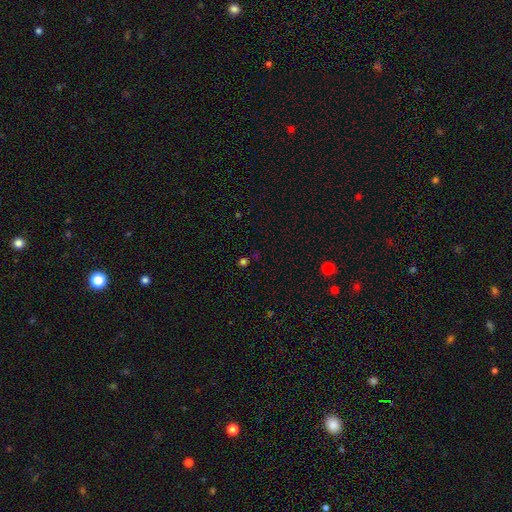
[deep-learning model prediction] Smooth or featured?
  - smooth: 53% *
  - star or artifact: 42%
  - featured or disk: 5%
How rounded?
  - round: 78% *
  - in between: 20%
  - cigar-shaped: 2%
Merging?
  - none: 79% *
  - minor disturbance: 10%
  - merger: 6%
  - major disturbance: 4%